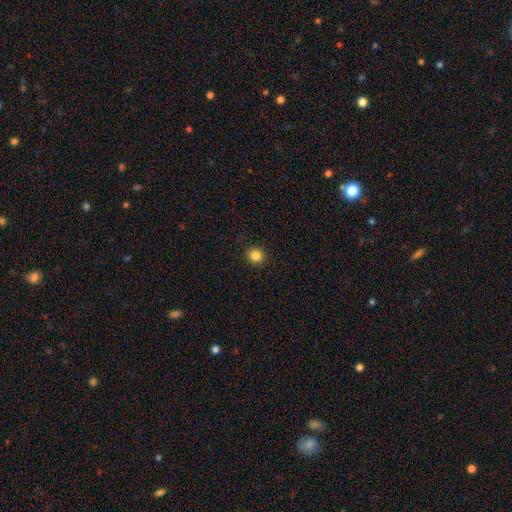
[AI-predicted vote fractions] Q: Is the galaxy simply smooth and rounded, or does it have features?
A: smooth — 84%.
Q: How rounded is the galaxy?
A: round — 92%.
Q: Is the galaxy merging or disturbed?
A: none — 92%.